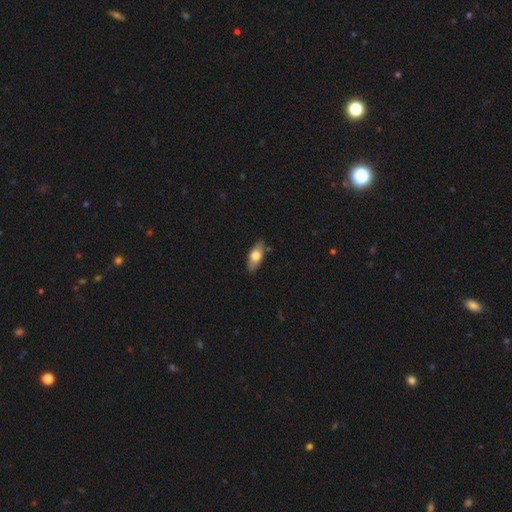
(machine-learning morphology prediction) type=smooth (65%); roundness=in between (81%); merging=none (84%).